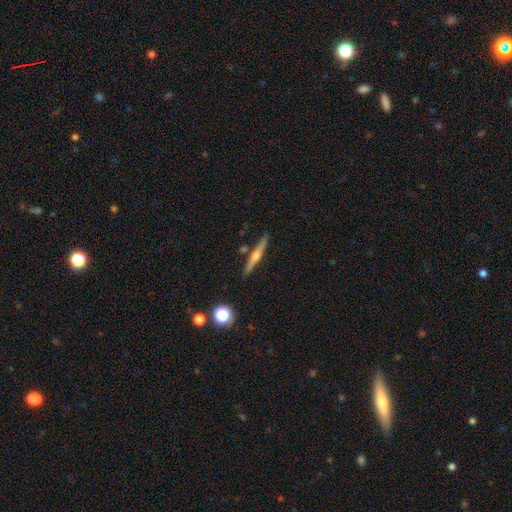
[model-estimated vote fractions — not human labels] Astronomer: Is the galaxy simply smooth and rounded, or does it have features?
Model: featured or disk — 69%.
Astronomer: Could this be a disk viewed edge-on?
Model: yes — 98%.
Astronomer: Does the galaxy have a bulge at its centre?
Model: rounded — 89%.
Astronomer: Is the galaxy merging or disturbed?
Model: none — 88%.